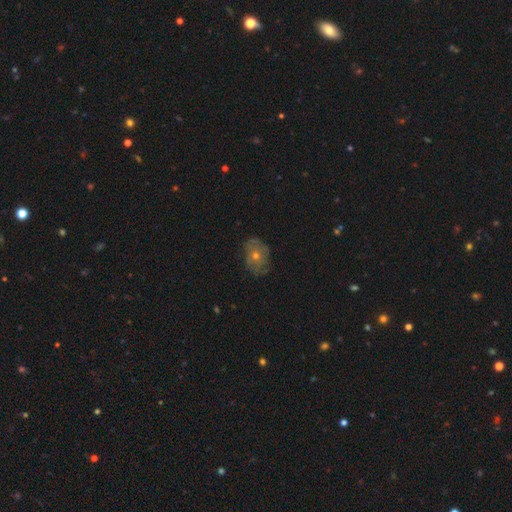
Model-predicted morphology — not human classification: featured or disk 54%, smooth 32%, star or artifact 14%. Down the decision tree: edge-on disk — no (94%); bar — no (87%); spiral arms — yes (62%); bulge size — moderate (50%); merging — none (75%).